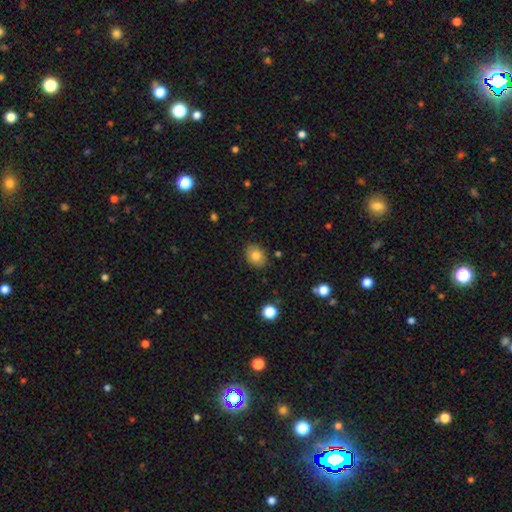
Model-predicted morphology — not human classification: type=smooth (80%); roundness=in between (61%); merging=none (85%).